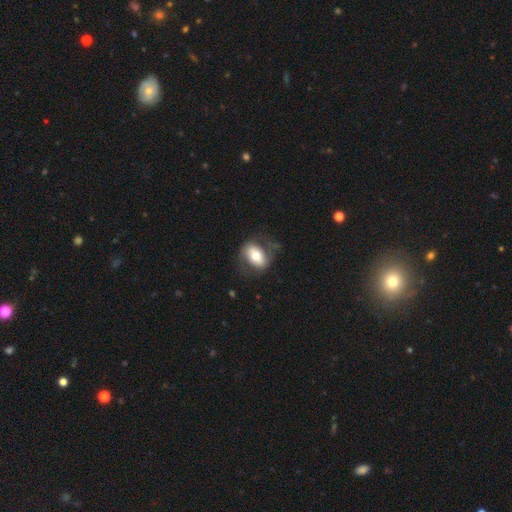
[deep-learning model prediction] smooth 58%, featured or disk 35%, star or artifact 7%. Down the decision tree: how rounded — in between (78%); merging — none (59%).